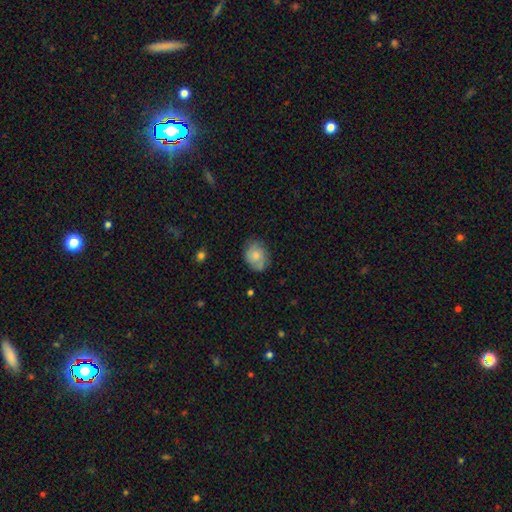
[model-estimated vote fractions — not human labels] Q: Smooth or featured?
A: smooth (64%); runner-up: featured or disk (28%)
Q: How rounded?
A: round (50%); runner-up: in between (49%)
Q: Merging?
A: none (72%); runner-up: minor disturbance (21%)